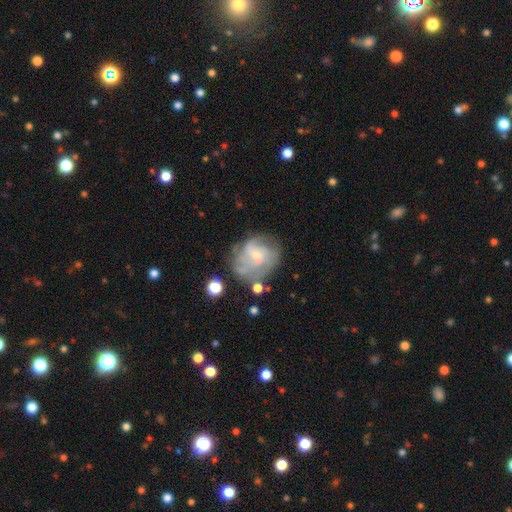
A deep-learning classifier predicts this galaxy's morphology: This appears to be a featured or disk galaxy (62%) with no bar (63%), spiral arms (69%) and a small central bulge (63%). Merging: none (48%).